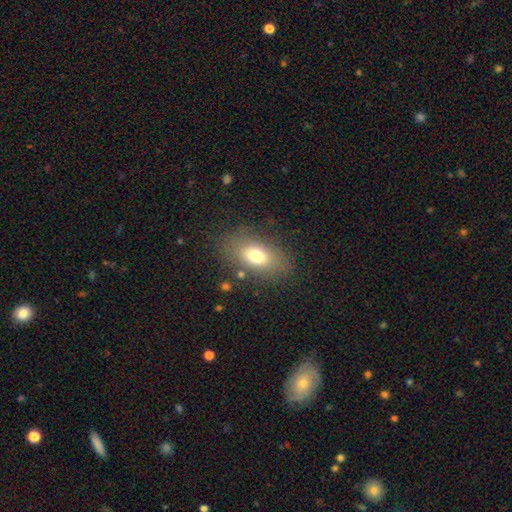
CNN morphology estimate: Smooth or featured?
  - smooth: 72% *
  - featured or disk: 16%
  - star or artifact: 11%
How rounded?
  - in between: 84% *
  - round: 13%
  - cigar-shaped: 3%
Merging?
  - none: 79% *
  - minor disturbance: 12%
  - major disturbance: 6%
  - merger: 2%